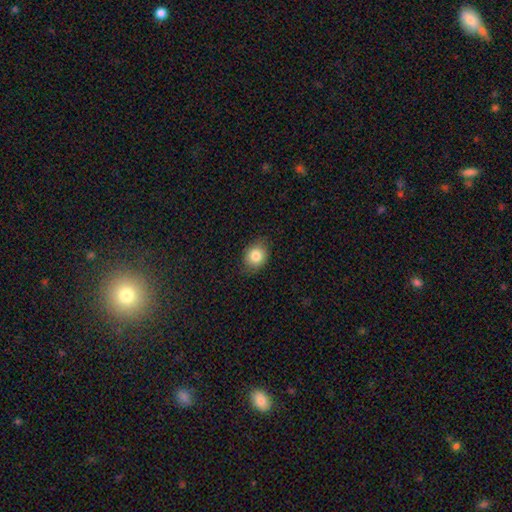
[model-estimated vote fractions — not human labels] smooth_or_featured: smooth (p=0.83) [alt: star or artifact p=0.09]
how_rounded: in between (p=0.50) [alt: round p=0.49]
merging: none (p=0.82) [alt: minor disturbance p=0.14]